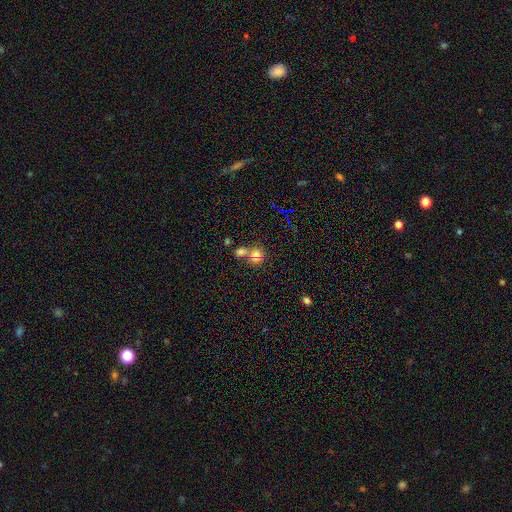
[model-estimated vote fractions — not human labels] smooth-or-featured: smooth: 72% | featured or disk: 14% | star or artifact: 14%
  how-rounded: round: 70% | in between: 28% | cigar-shaped: 1%
  merging: merger: 54% | none: 34% | minor disturbance: 7% | major disturbance: 4%